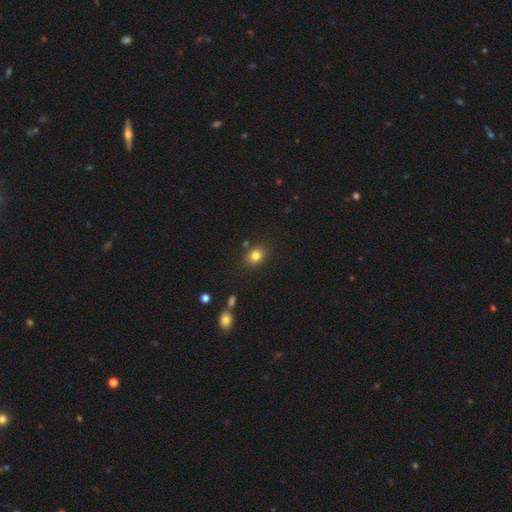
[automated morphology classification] Smooth or featured? Predicted: smooth (p=0.81). How rounded? Predicted: round (p=0.61). Merging? Predicted: none (p=0.81).